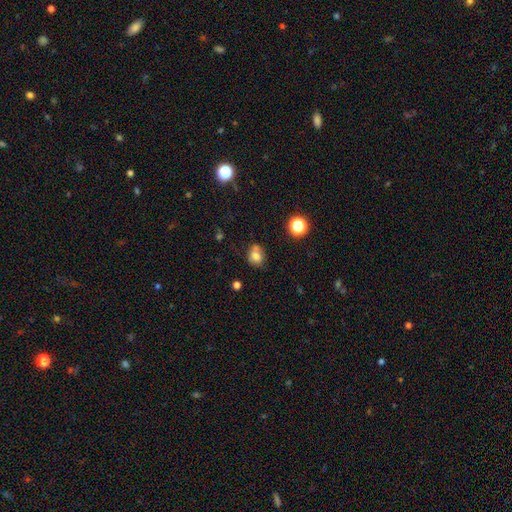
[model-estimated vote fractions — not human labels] Smooth or featured: smooth — 73% (star or artifact — 14%)
How rounded: round — 61% (in between — 38%)
Merging: none — 54% (merger — 20%)